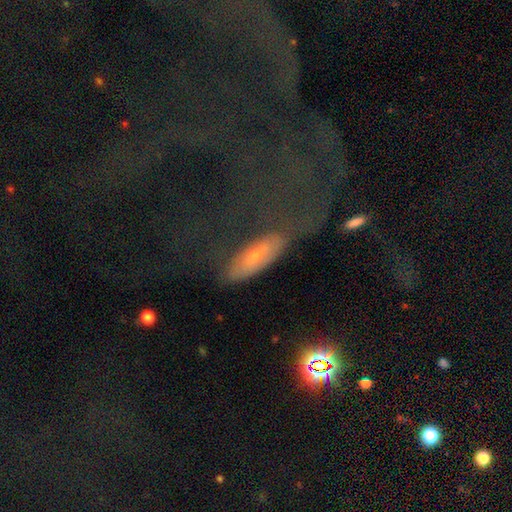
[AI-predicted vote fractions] This is possibly a smooth galaxy (49%). Merging: possibly none (52%).